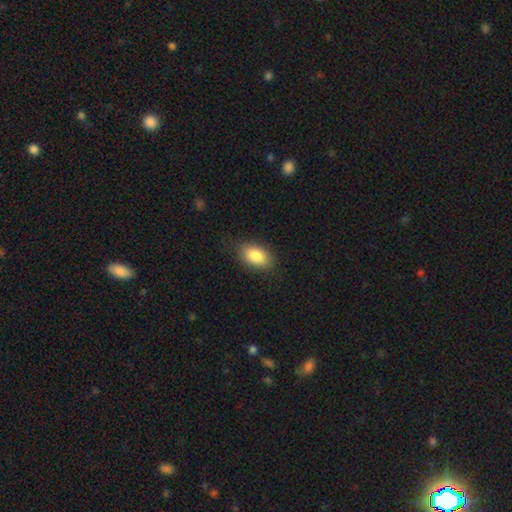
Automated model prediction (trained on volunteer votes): Smooth or featured: smooth — 85% (featured or disk — 8%)
How rounded: in between — 90% (round — 8%)
Merging: none — 83% (minor disturbance — 13%)